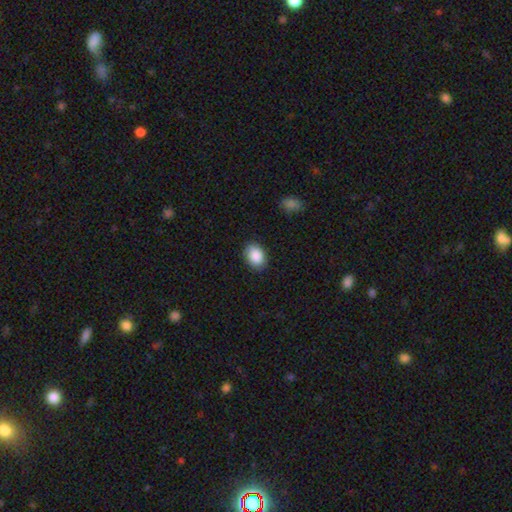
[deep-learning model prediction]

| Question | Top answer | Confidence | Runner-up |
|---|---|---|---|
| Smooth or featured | smooth | 89% | star or artifact (7%) |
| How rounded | in between | 78% | round (21%) |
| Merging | none | 87% | minor disturbance (9%) |